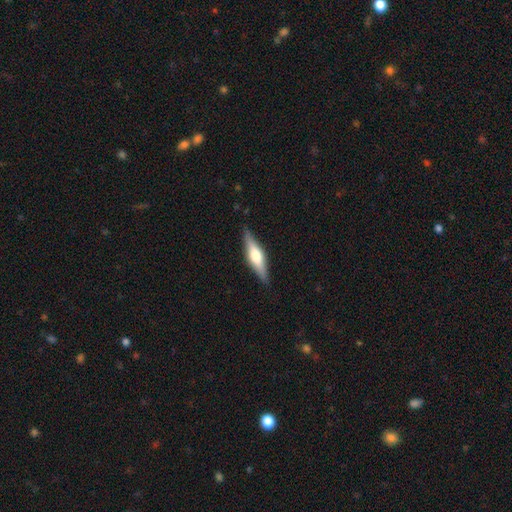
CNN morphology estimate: Smooth or featured: featured or disk — 57% (smooth — 38%)
Edge-on disk: yes — 95% (no — 5%)
Edge-on bulge: rounded — 89% (boxy — 8%)
Merging: none — 88% (minor disturbance — 9%)